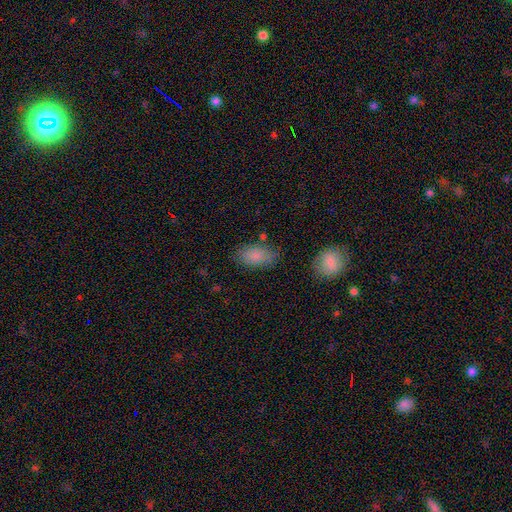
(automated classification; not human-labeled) Overall: smooth (84%). How rounded: in between (92%). Merging: none (74%).